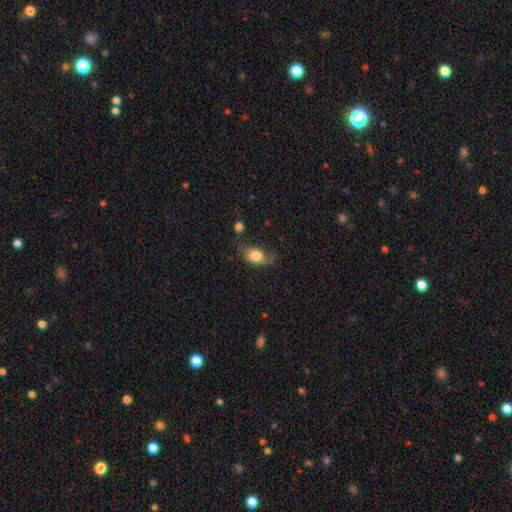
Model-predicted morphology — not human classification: This appears to be a smooth galaxy with no disk features (75%) that is in between round and cigar-shaped (80%). Merging: none (39%).